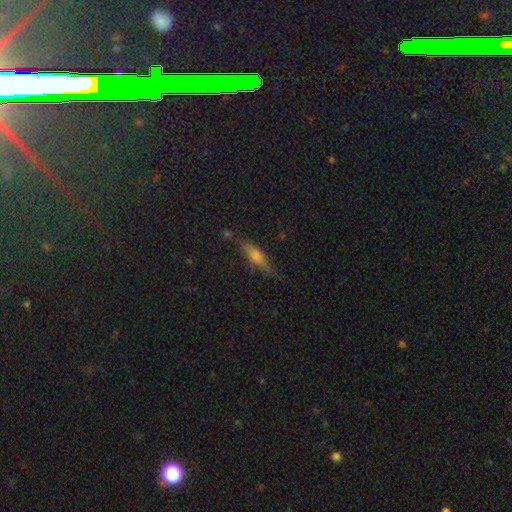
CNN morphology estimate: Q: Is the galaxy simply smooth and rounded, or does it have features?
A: smooth — 48%.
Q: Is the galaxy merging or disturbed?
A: none — 75%.